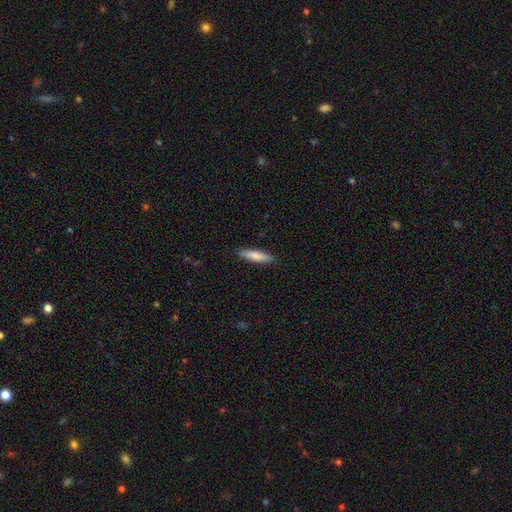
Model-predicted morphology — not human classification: A smooth galaxy with no disk features (78%) that is cigar-shaped (78%). Merging: none (89%).